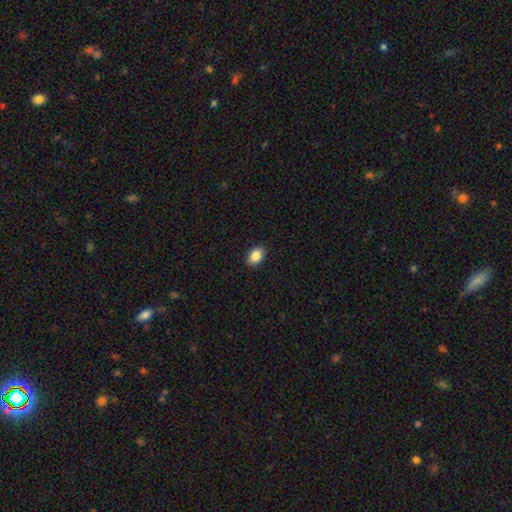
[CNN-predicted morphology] smooth_or_featured: smooth (p=0.87) [alt: star or artifact p=0.08]
how_rounded: in between (p=0.83) [alt: round p=0.16]
merging: none (p=0.89) [alt: minor disturbance p=0.09]